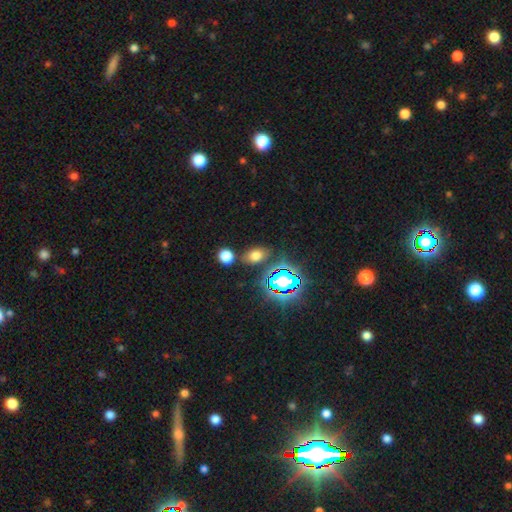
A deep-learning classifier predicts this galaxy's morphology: This appears to be a smooth galaxy with no disk features (64%) that is in between round and cigar-shaped (82%). Merging: none (78%).